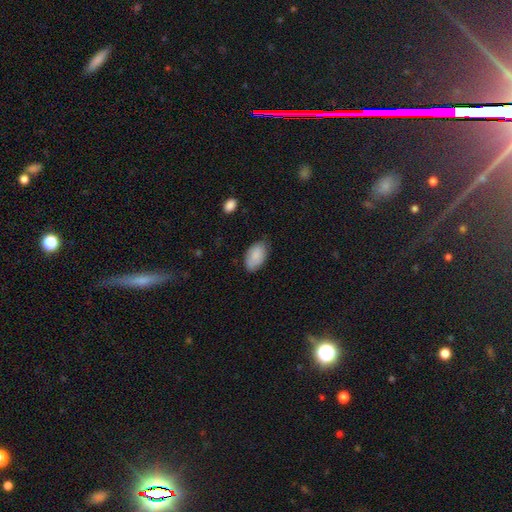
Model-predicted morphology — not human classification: A smooth galaxy with no disk features (86%) that is in between round and cigar-shaped (94%).

Vote fractions:
- Smooth or featured? smooth: 86% / featured or disk: 8% / star or artifact: 6%
- How rounded? in between: 94% / round: 4% / cigar-shaped: 2%
- Merging? none: 75% / minor disturbance: 20% / major disturbance: 3% / merger: 1%